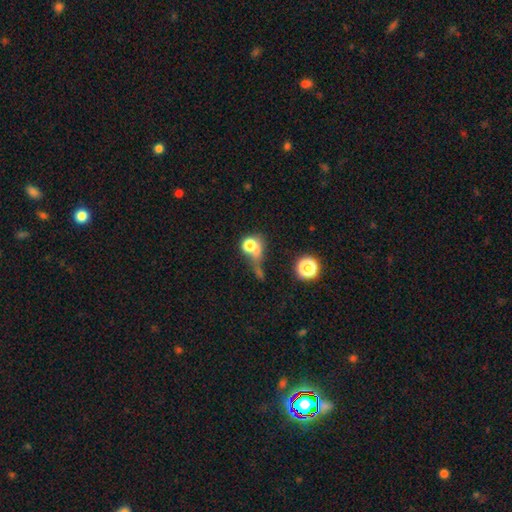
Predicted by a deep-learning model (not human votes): Morphology: type=smooth (64%); roundness=round (72%); merging=none (35%).